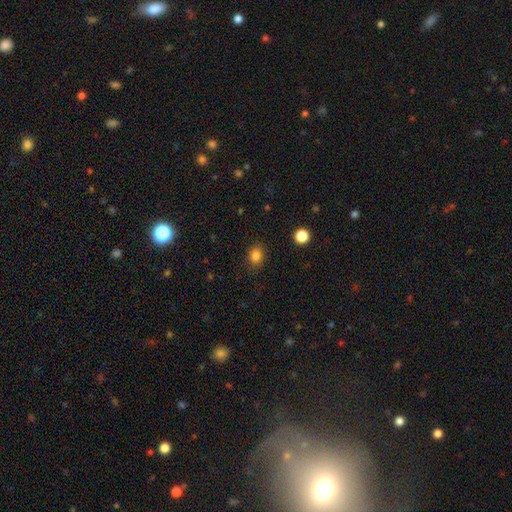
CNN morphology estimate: Smooth or featured?
  - smooth: 83% *
  - star or artifact: 12%
  - featured or disk: 5%
How rounded?
  - round: 55% *
  - in between: 44%
  - cigar-shaped: 1%
Merging?
  - none: 84% *
  - minor disturbance: 12%
  - major disturbance: 3%
  - merger: 1%